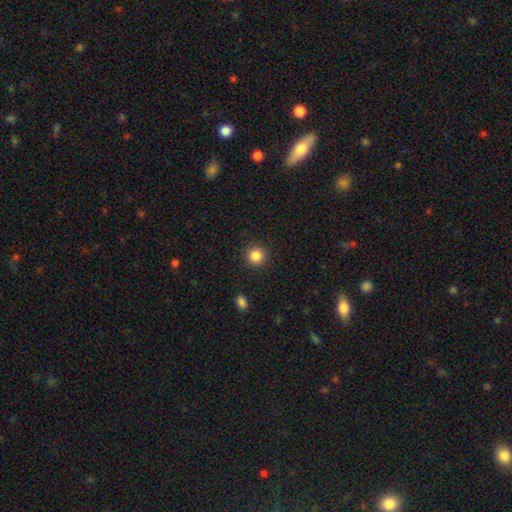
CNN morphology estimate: A smooth galaxy with no disk features (86%) that is round (94%).

Vote fractions:
- Smooth or featured? smooth: 86% / star or artifact: 10% / featured or disk: 4%
- How rounded? round: 94% / in between: 5% / cigar-shaped: 1%
- Merging? none: 91% / minor disturbance: 6% / major disturbance: 2% / merger: 1%